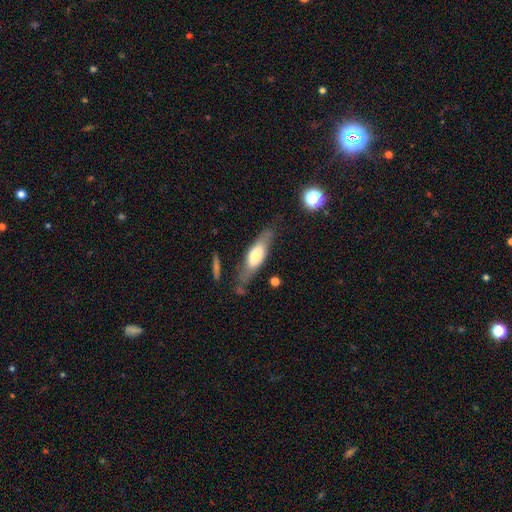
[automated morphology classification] smooth-or-featured: smooth: 53% | featured or disk: 41% | star or artifact: 6%
  how-rounded: in between: 52% | cigar-shaped: 46% | round: 2%
  merging: none: 69% | minor disturbance: 19% | major disturbance: 7% | merger: 4%